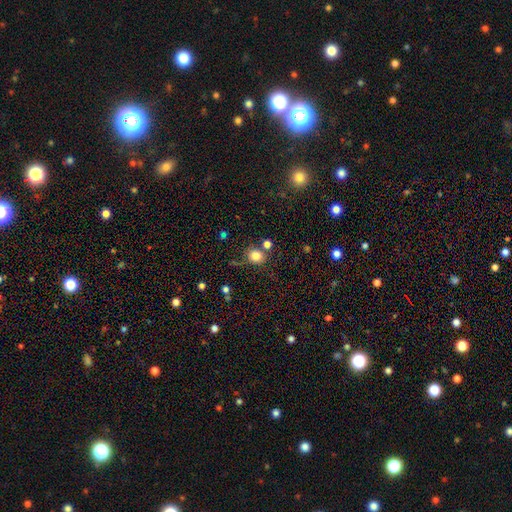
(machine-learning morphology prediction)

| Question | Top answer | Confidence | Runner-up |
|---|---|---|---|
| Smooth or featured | smooth | 81% | star or artifact (12%) |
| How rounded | round | 84% | in between (15%) |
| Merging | none | 70% | merger (13%) |